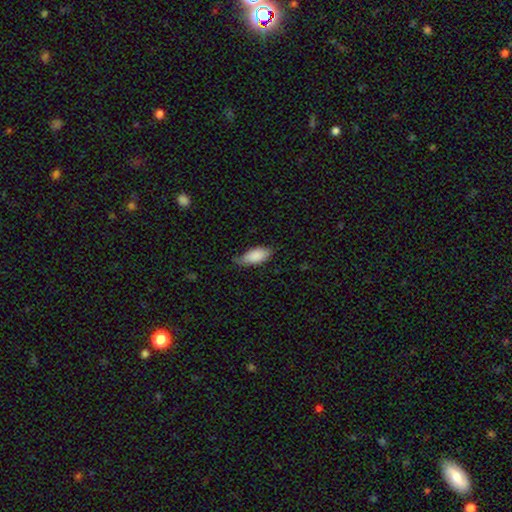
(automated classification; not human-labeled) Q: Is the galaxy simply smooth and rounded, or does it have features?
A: smooth — 86%.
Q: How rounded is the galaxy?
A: in between — 87%.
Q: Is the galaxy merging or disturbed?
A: none — 60%.